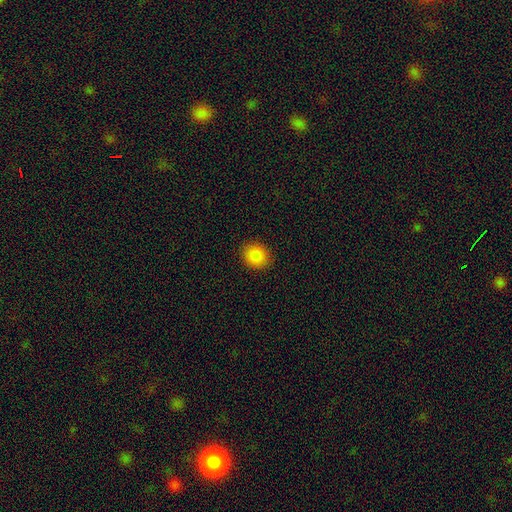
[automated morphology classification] This appears to be a smooth galaxy with no disk features (86%) that is round (74%). Merging: none (90%).